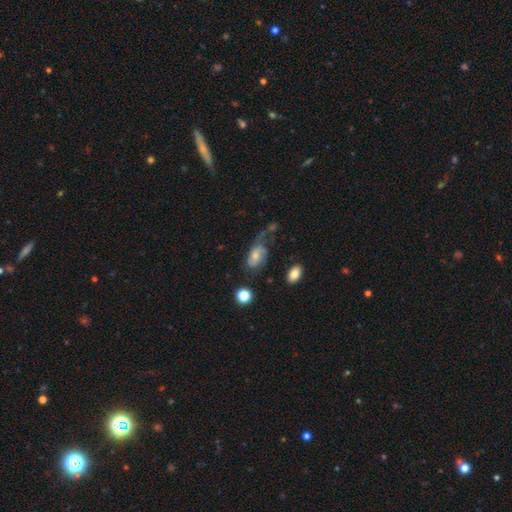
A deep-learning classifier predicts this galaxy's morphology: smooth-or-featured: smooth: 51% | featured or disk: 40% | star or artifact: 9%
  how-rounded: in between: 88% | round: 9% | cigar-shaped: 3%
  merging: major disturbance: 39% | none: 30% | minor disturbance: 25% | merger: 6%